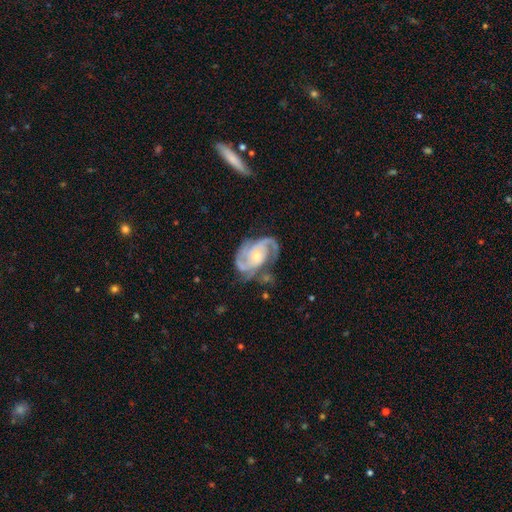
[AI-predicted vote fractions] featured or disk 89%, smooth 6%, star or artifact 5%. Down the decision tree: edge-on disk — no (97%); bar — no (66%); spiral arms — yes (97%); spiral arm count — 2 (52%); spiral winding — medium (47%); bulge size — small (48%); merging — none (60%).